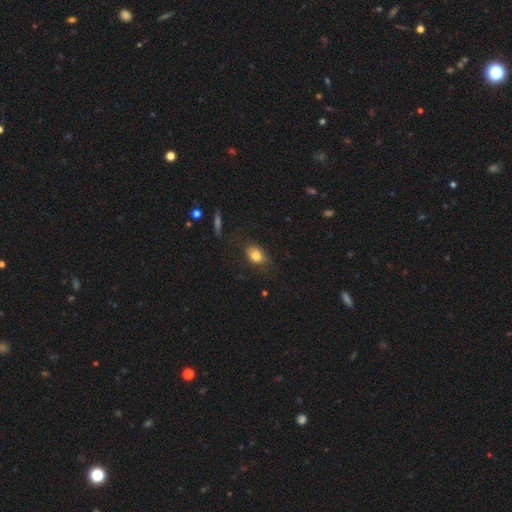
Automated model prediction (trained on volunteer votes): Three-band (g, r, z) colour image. It shows a smooth galaxy with no disk features (81%) that is in between round and cigar-shaped (66%). Merging: none (69%).